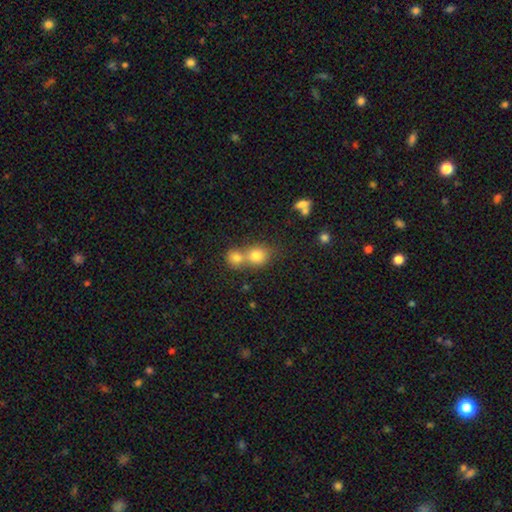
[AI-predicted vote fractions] The model was most divided on "merging": merger: 58%, none: 34%, minor disturbance: 6%, major disturbance: 2%. More confident: smooth or featured — smooth (78%); how rounded — round (75%).